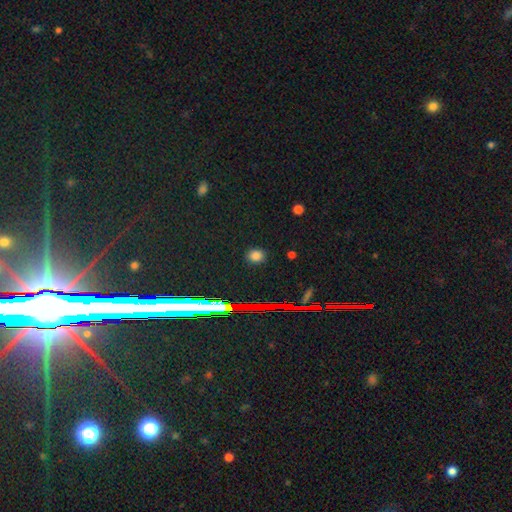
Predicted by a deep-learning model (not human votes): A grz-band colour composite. It shows a smooth galaxy with no disk features (76%) that is round (80%). Merging: none (90%).